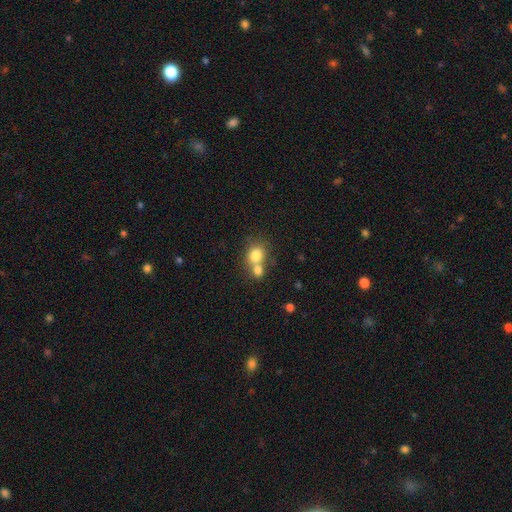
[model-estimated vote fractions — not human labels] This appears to be a smooth galaxy with no disk features (78%) that is round (71%). Merging: merger (54%).